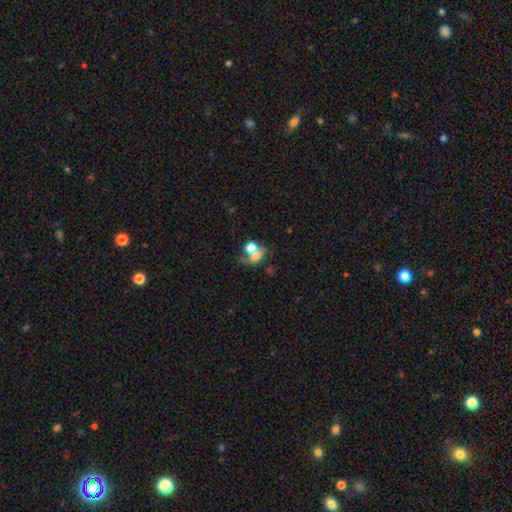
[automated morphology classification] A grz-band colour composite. It shows a smooth galaxy with no disk features (59%) that is in between round and cigar-shaped (55%). Merging: merger (54%).